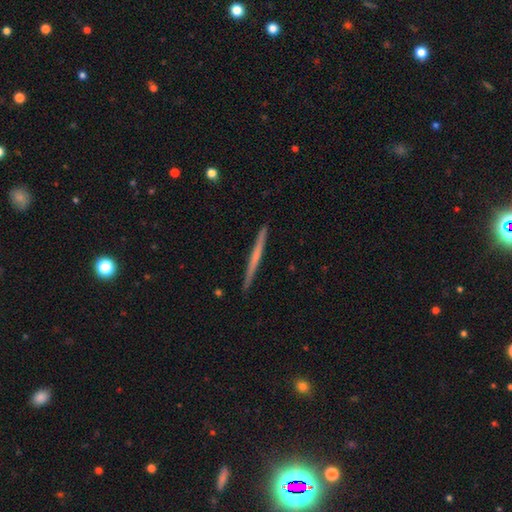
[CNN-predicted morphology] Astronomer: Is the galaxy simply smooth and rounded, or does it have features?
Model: featured or disk — 53% (runner-up: smooth, 41%).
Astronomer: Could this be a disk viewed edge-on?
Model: yes — 98%.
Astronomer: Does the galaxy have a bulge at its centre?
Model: none — 86%.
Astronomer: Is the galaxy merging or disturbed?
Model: none — 92%.